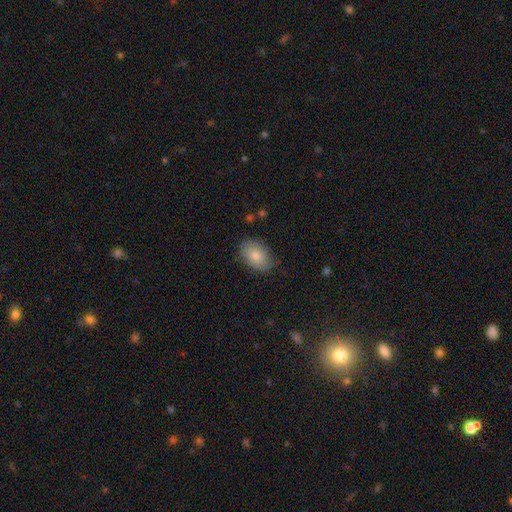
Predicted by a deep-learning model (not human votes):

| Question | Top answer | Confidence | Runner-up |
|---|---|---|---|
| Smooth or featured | smooth | 81% | featured or disk (12%) |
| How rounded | in between | 84% | round (15%) |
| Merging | none | 77% | minor disturbance (18%) |